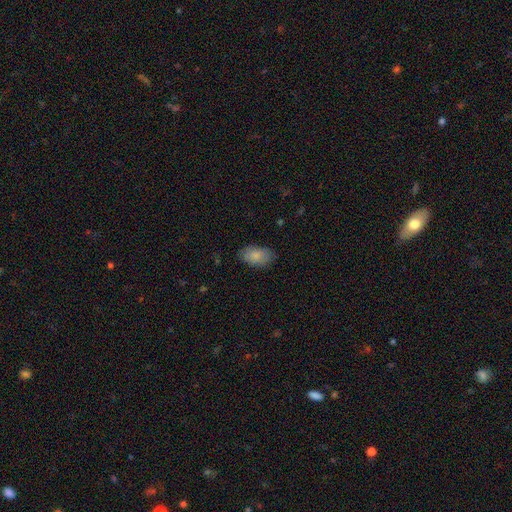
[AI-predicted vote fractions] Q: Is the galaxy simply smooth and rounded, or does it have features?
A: smooth — 84%.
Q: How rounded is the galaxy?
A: in between — 93%.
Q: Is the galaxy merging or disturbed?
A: none — 80%.